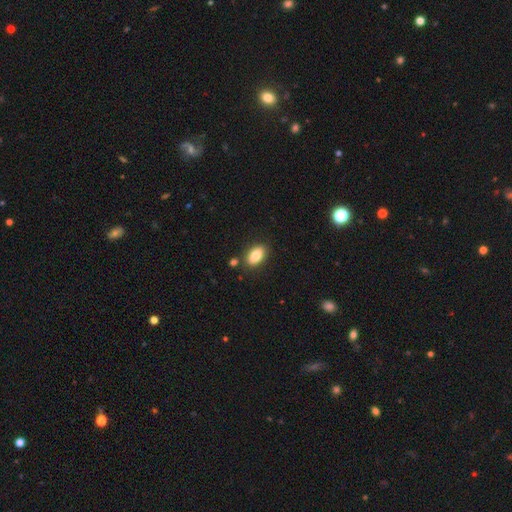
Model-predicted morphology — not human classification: smooth_or_featured: smooth (p=0.83) [alt: featured or disk p=0.09]
how_rounded: in between (p=0.91) [alt: round p=0.07]
merging: none (p=0.82) [alt: minor disturbance p=0.10]